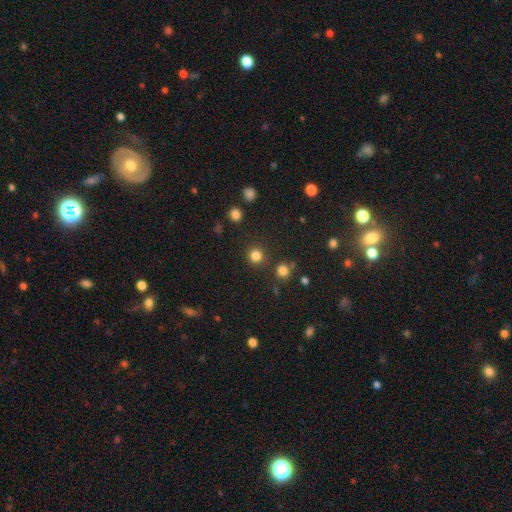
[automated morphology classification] This is clearly a smooth galaxy (81%). How rounded: clearly round (93%). Merging: clearly none (87%).